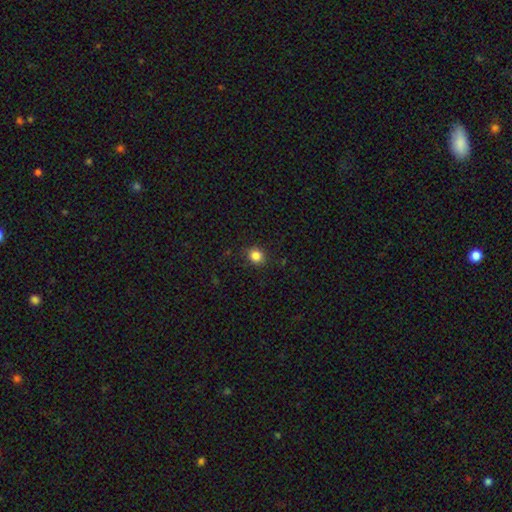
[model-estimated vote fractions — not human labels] Smooth or featured? Predicted: smooth (p=0.85). How rounded? Predicted: round (p=0.82). Merging? Predicted: none (p=0.88).